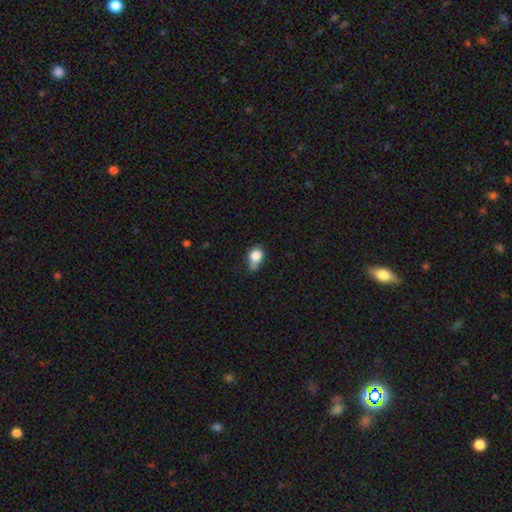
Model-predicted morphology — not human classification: The model was most divided on "merging": minor disturbance: 42%, none: 39%, major disturbance: 12%, merger: 7%. More confident: smooth or featured — smooth (81%); how rounded — in between (52%).